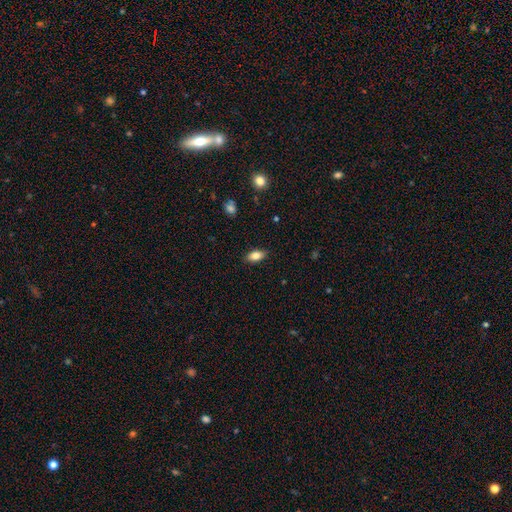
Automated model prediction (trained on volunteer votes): Overall: smooth (81%). How rounded: in between (88%). Merging: none (87%).